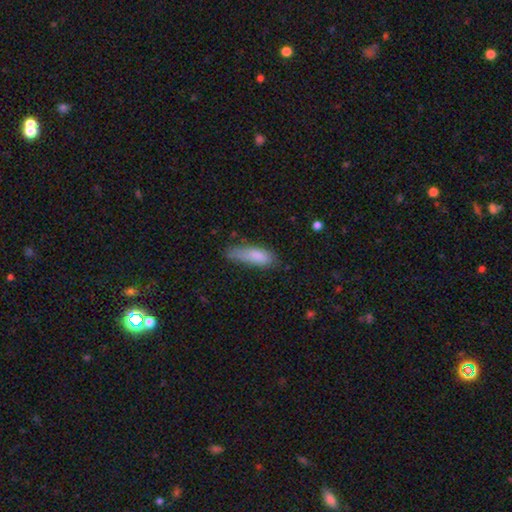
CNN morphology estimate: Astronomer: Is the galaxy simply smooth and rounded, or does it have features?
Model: smooth — 82%.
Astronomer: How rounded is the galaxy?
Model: in between — 50% (runner-up: cigar-shaped, 48%).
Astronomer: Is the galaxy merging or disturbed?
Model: none — 49% (runner-up: minor disturbance, 35%).